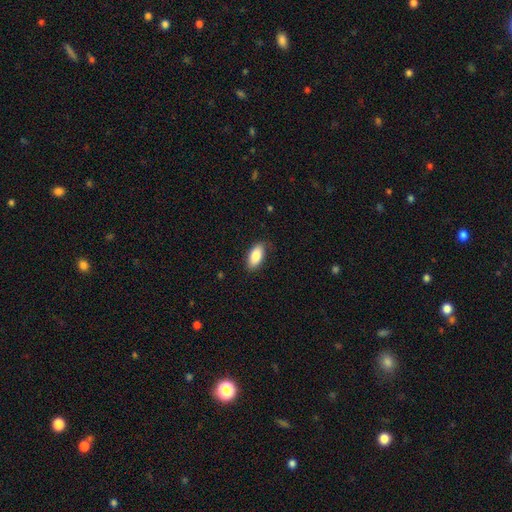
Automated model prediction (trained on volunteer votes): This appears to be a smooth galaxy with no disk features (84%) that is in between round and cigar-shaped (90%). Merging: none (80%).